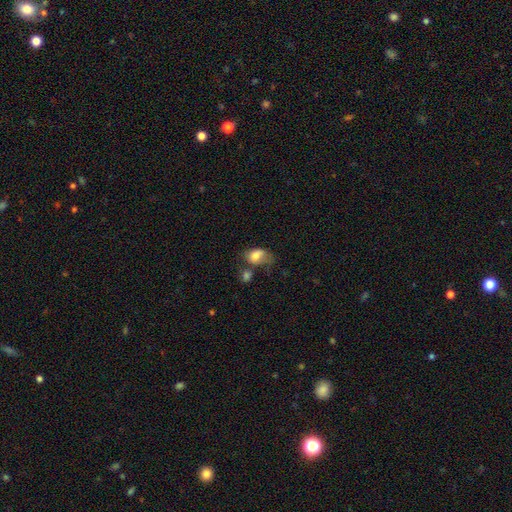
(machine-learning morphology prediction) Smooth or featured: smooth — 75% (featured or disk — 16%)
How rounded: in between — 76% (round — 22%)
Merging: none — 27% (minor disturbance — 26%)